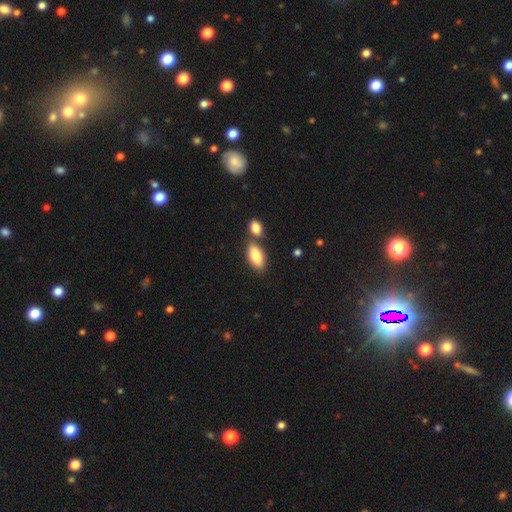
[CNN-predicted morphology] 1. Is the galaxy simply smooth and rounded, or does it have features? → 87% smooth, 7% featured or disk, 6% star or artifact.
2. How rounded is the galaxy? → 91% in between, 6% cigar-shaped, 3% round.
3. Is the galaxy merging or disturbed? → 63% none, 23% merger, 11% minor disturbance, 3% major disturbance.